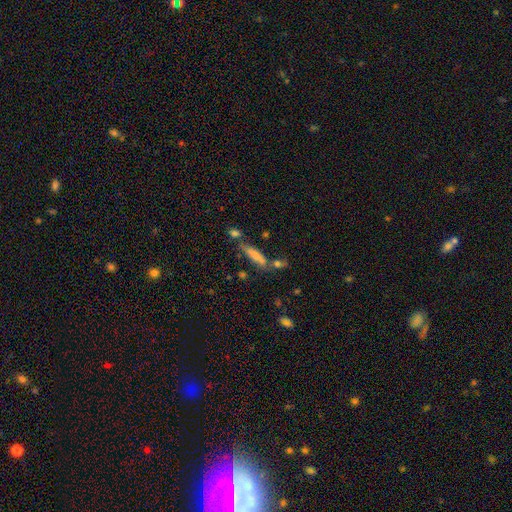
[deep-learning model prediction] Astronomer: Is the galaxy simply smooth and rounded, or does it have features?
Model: smooth — 72%.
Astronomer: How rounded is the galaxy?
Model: cigar-shaped — 69%.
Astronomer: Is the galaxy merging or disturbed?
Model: none — 53%.